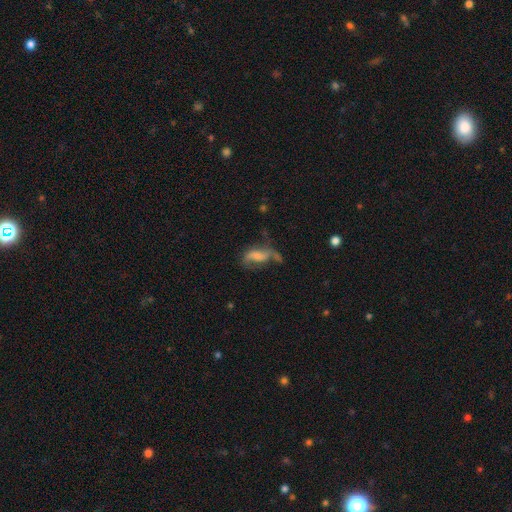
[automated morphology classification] Smooth or featured? Predicted: featured or disk (p=0.51). Edge-on disk? Predicted: no (p=0.88). Merging? Predicted: major disturbance (p=0.34).